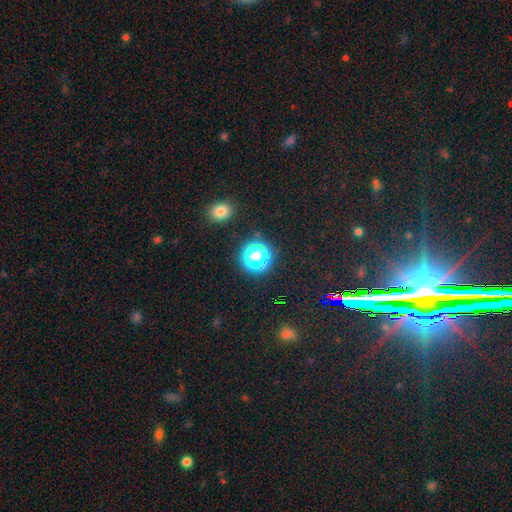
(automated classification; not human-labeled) This is possibly a star or artifact rather than a galaxy (48%).